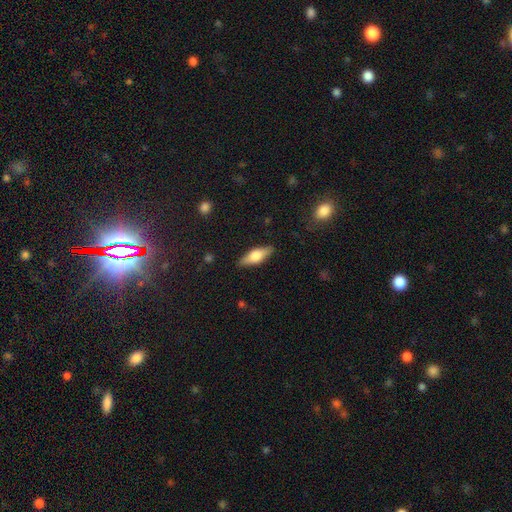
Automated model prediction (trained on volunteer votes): smooth-or-featured: smooth: 56% | featured or disk: 38% | star or artifact: 6%
  how-rounded: in between: 62% | cigar-shaped: 35% | round: 3%
  merging: none: 86% | minor disturbance: 10% | major disturbance: 2% | merger: 1%